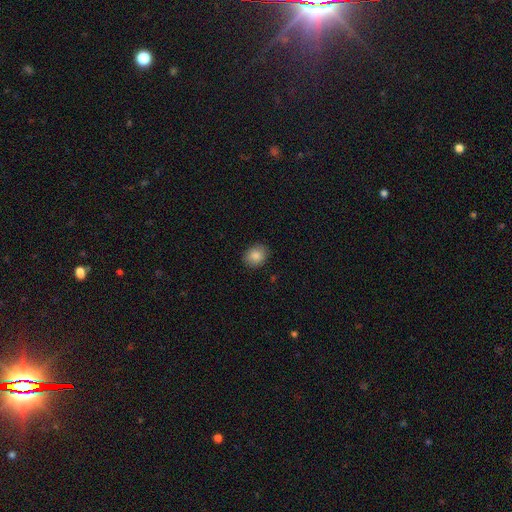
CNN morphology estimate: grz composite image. It shows a smooth galaxy with no disk features (86%) that is round (62%). Merging: none (87%).